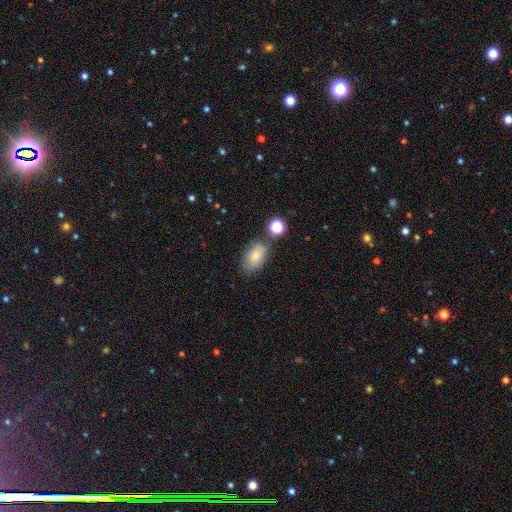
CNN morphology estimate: smooth-or-featured: smooth: 80% | featured or disk: 11% | star or artifact: 9%
  how-rounded: in between: 89% | round: 9% | cigar-shaped: 2%
  merging: none: 68% | minor disturbance: 18% | merger: 9% | major disturbance: 5%